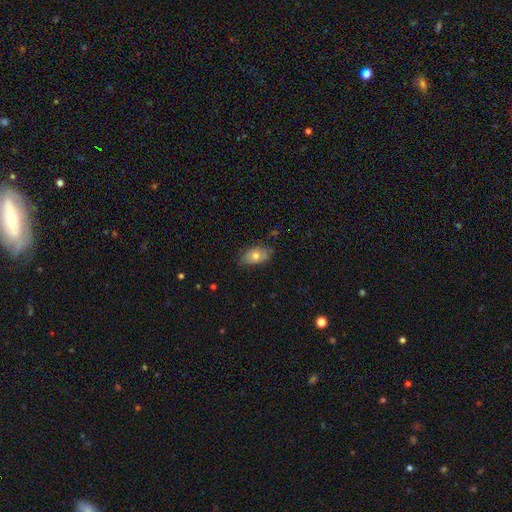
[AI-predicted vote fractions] The model was most divided on "merging": none: 69%, minor disturbance: 25%, major disturbance: 4%, merger: 1%. More confident: how rounded — in between (89%); smooth or featured — smooth (68%).